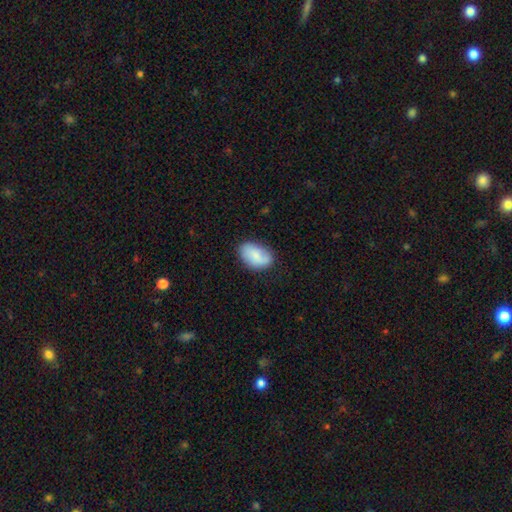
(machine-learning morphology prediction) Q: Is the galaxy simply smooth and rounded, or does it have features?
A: smooth — 75%.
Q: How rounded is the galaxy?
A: in between — 88%.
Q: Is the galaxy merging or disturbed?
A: none — 73%.